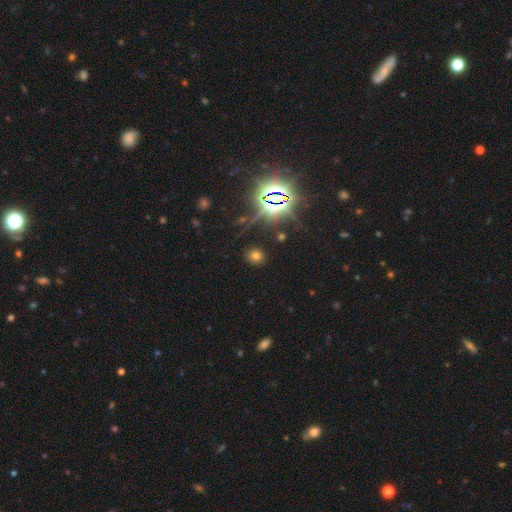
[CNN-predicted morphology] This appears to be a smooth galaxy with no disk features (59%) that is round (83%). Merging: none (88%).